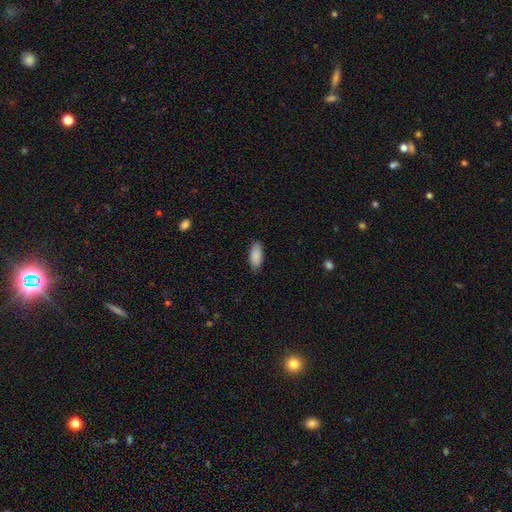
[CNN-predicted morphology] The model was most divided on "merging": none: 82%, minor disturbance: 15%, major disturbance: 3%, merger: 1%. More confident: smooth or featured — smooth (89%); how rounded — in between (87%).